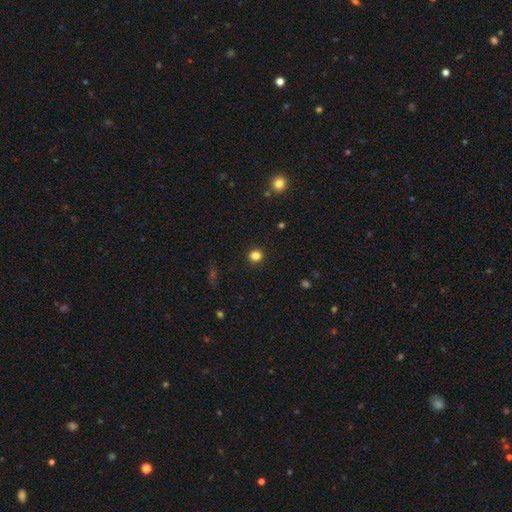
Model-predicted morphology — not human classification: This is clearly a smooth galaxy (83%). How rounded: clearly round (90%). Merging: clearly none (92%).